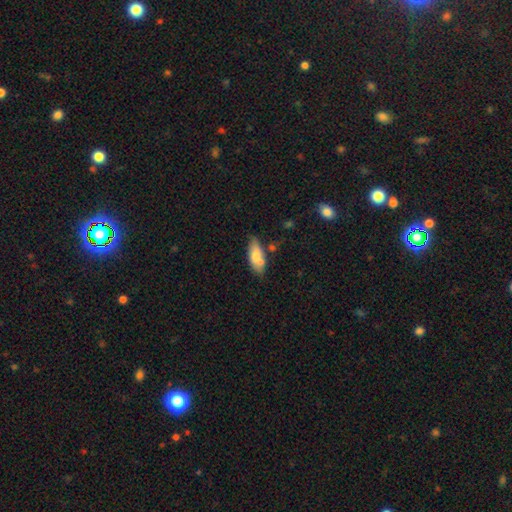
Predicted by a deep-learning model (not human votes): This appears to be a smooth galaxy with no disk features (70%) that is in between round and cigar-shaped (79%). Merging: none (62%).